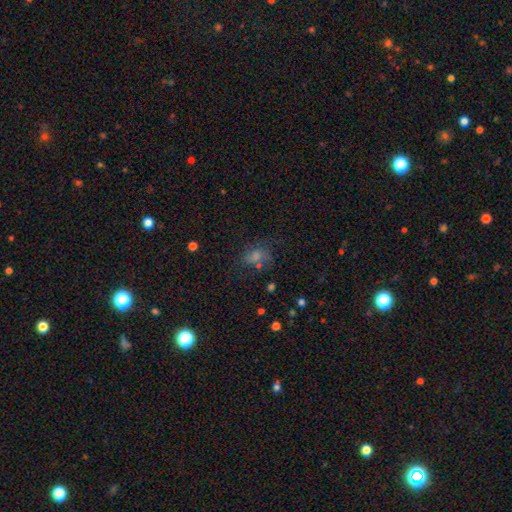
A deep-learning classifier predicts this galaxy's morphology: smooth_or_featured: smooth (p=0.45) [alt: star or artifact p=0.32]
merging: none (p=0.53) [alt: minor disturbance p=0.20]